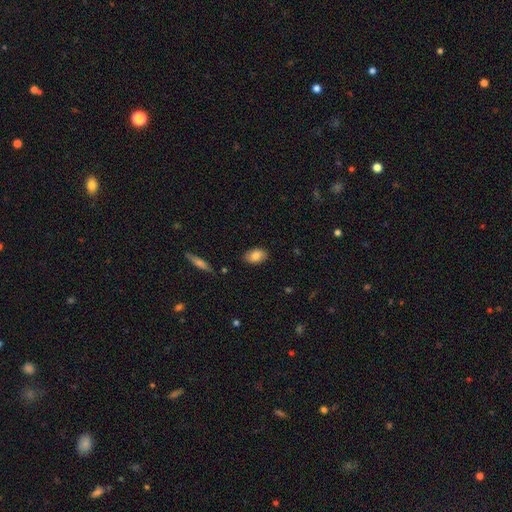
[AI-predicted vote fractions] Smooth or featured: smooth — 83% (featured or disk — 11%)
How rounded: in between — 90% (round — 9%)
Merging: none — 86% (minor disturbance — 10%)